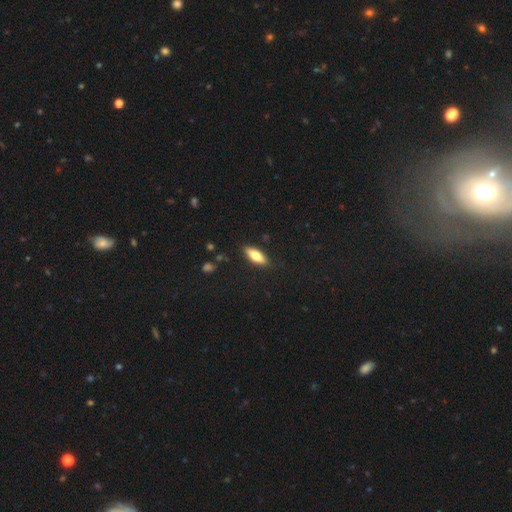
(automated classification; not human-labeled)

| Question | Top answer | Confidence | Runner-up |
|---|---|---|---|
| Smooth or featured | smooth | 68% | featured or disk (25%) |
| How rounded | in between | 59% | cigar-shaped (39%) |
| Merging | none | 87% | minor disturbance (9%) |